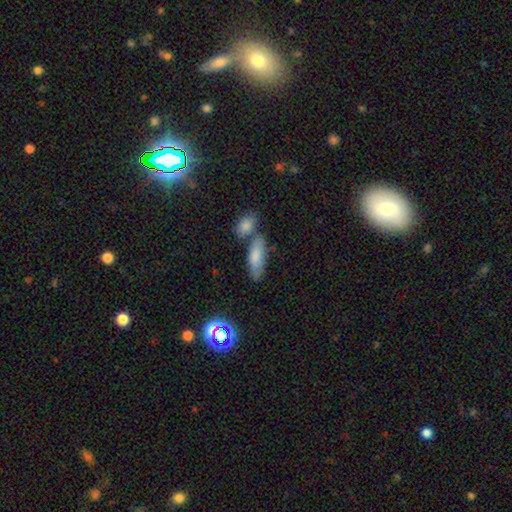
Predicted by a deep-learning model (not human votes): A smooth galaxy with no disk features (71%) that is in between round and cigar-shaped (60%). Merging: none (63%).